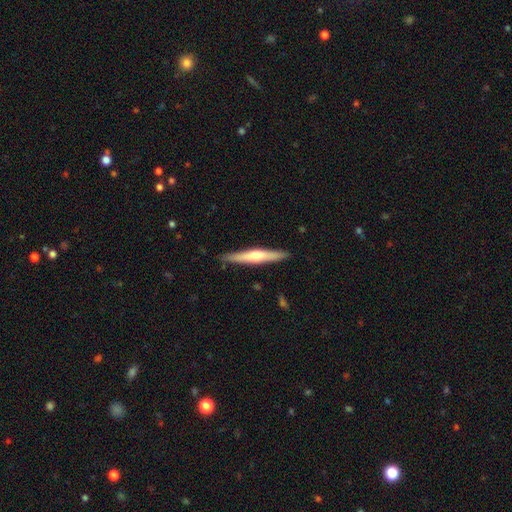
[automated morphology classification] Smooth or featured? Predicted: featured or disk (p=0.52). Edge-on disk? Predicted: yes (p=0.96). Edge-on bulge? Predicted: rounded (p=0.74). Merging? Predicted: none (p=0.88).